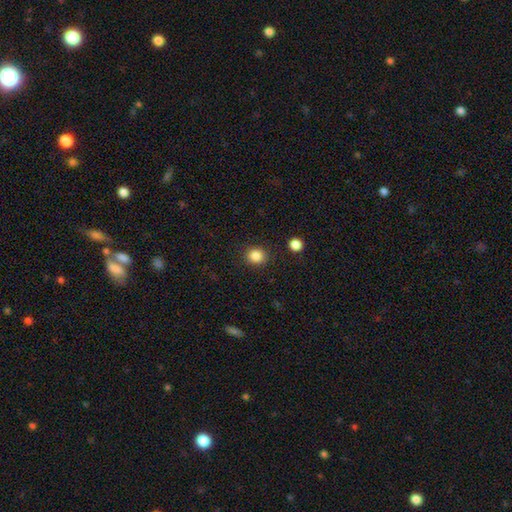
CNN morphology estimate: type=smooth (86%); roundness=round (77%); merging=none (88%).